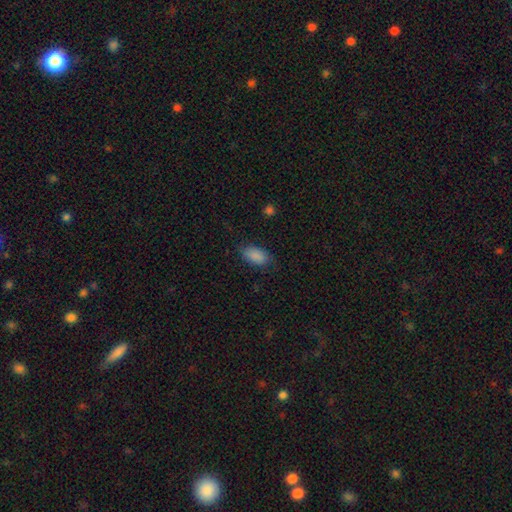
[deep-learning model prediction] This is clearly a smooth galaxy (88%). How rounded: clearly in between (93%). Merging: likely none (78%).